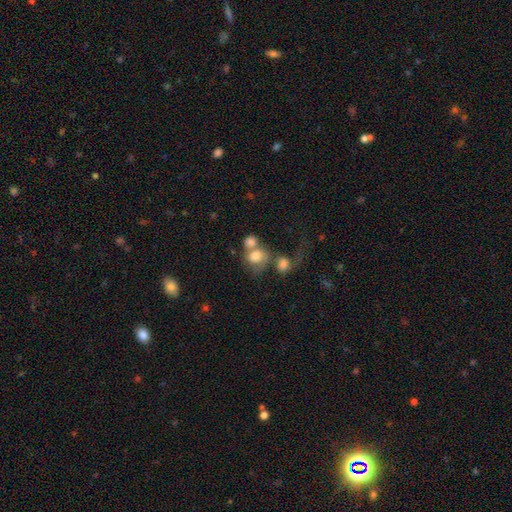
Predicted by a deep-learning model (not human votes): Smooth or featured?
  - smooth: 68% *
  - featured or disk: 23%
  - star or artifact: 10%
How rounded?
  - round: 61% *
  - in between: 38%
  - cigar-shaped: 1%
Merging?
  - merger: 60% *
  - none: 19%
  - major disturbance: 13%
  - minor disturbance: 8%